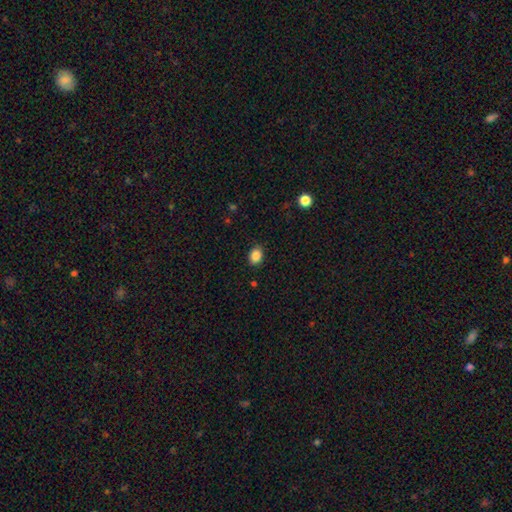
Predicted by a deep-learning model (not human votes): Smooth or featured?
  - smooth: 87% *
  - star or artifact: 9%
  - featured or disk: 3%
How rounded?
  - in between: 66% *
  - round: 33%
  - cigar-shaped: 1%
Merging?
  - none: 87% *
  - minor disturbance: 9%
  - major disturbance: 2%
  - merger: 1%